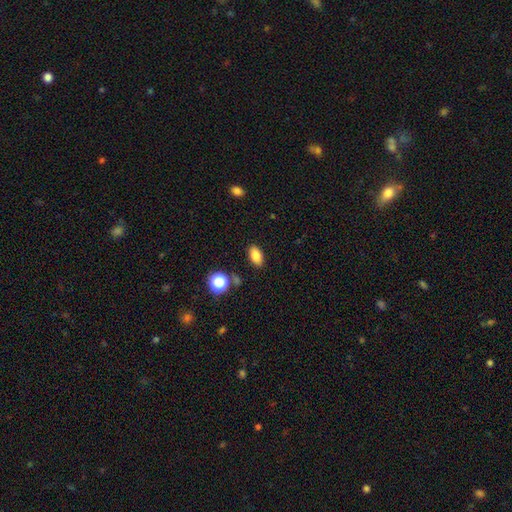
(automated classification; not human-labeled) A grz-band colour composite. It shows a smooth galaxy with no disk features (83%) that is in between round and cigar-shaped (89%). Merging: none (87%).